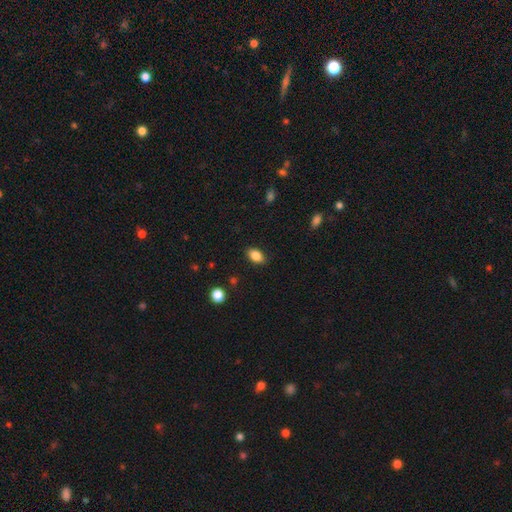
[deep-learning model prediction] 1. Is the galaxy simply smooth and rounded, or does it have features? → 86% smooth, 9% star or artifact, 5% featured or disk.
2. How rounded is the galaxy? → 87% in between, 11% round, 2% cigar-shaped.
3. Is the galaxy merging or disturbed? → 87% none, 10% minor disturbance, 2% major disturbance, 1% merger.